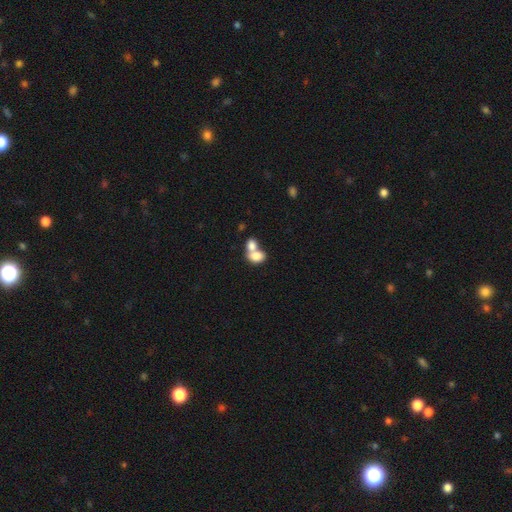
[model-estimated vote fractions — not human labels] smooth 79%, featured or disk 13%, star or artifact 8%. Down the decision tree: how rounded — in between (71%); merging — merger (68%).